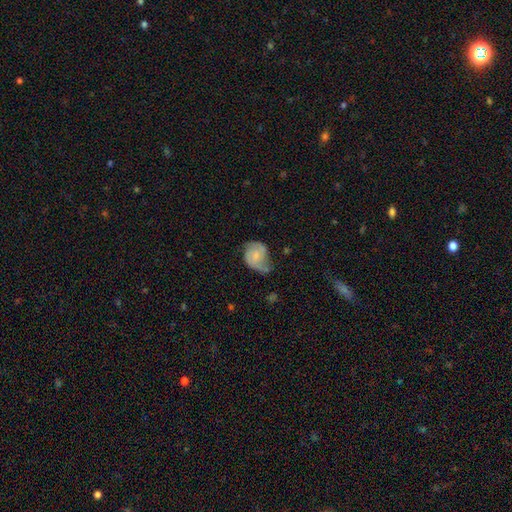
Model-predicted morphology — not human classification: smooth-or-featured: featured or disk: 51% | smooth: 42% | star or artifact: 7%
  disk-edge-on: no: 97% | yes: 3%
  merging: minor disturbance: 38% | none: 37% | major disturbance: 23% | merger: 3%